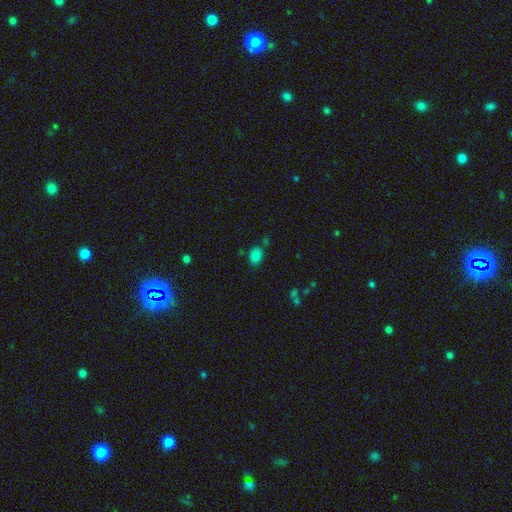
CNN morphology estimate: Overall: smooth (80%). How rounded: in between (74%). Merging: none (67%).